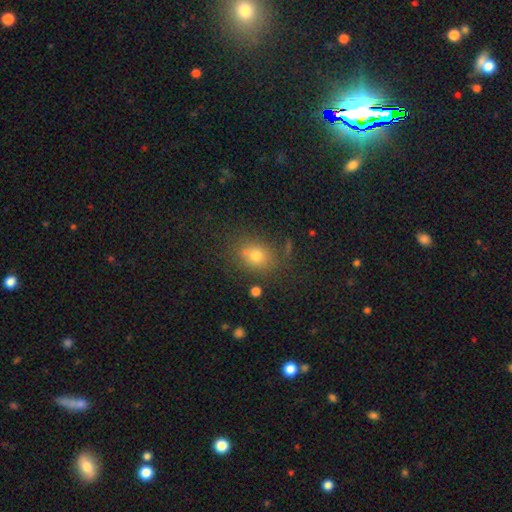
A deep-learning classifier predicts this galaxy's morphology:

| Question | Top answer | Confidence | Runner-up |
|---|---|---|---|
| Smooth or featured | smooth | 72% | star or artifact (17%) |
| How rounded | round | 53% | in between (45%) |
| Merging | none | 75% | minor disturbance (13%) |